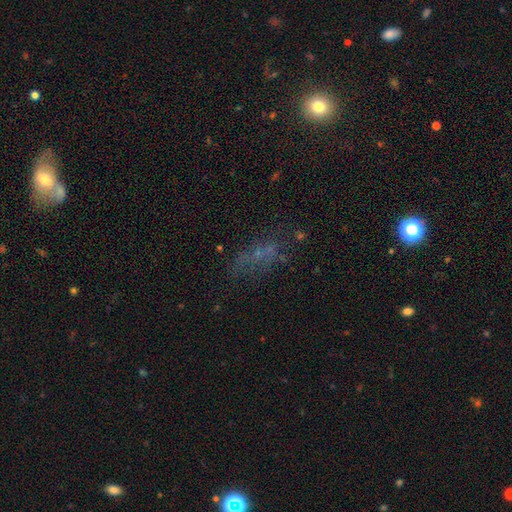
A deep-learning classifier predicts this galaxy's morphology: Q: Smooth or featured?
A: smooth (37%); runner-up: star or artifact (32%)
Q: Merging?
A: none (52%); runner-up: major disturbance (22%)